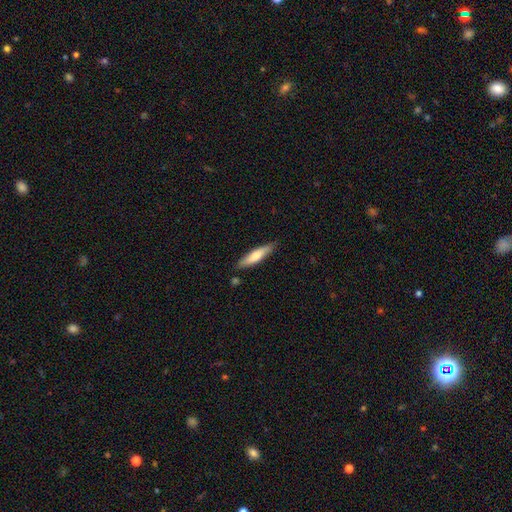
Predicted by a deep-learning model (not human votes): This appears to be a smooth galaxy with no disk features (64%) that is cigar-shaped (80%). Merging: none (84%).